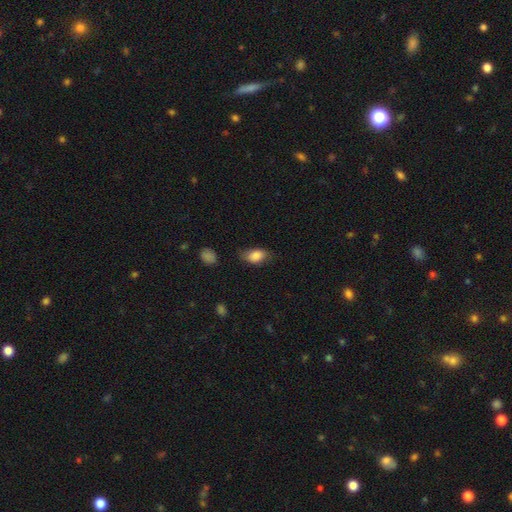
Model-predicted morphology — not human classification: smooth 84%, featured or disk 9%, star or artifact 8%. Down the decision tree: how rounded — in between (88%); merging — none (65%).